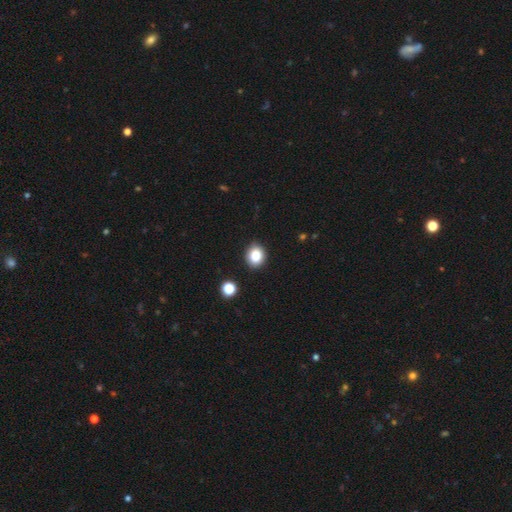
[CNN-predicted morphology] A smooth galaxy with no disk features (84%) that is round (69%).

Vote fractions:
- Smooth or featured? smooth: 84% / star or artifact: 11% / featured or disk: 5%
- How rounded? round: 69% / in between: 30% / cigar-shaped: 1%
- Merging? none: 87% / minor disturbance: 9% / major disturbance: 2% / merger: 2%